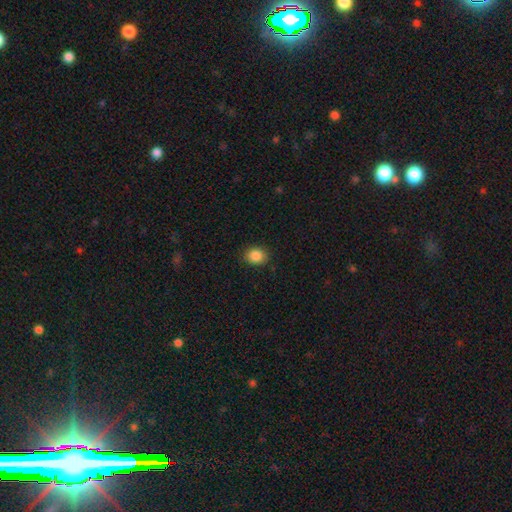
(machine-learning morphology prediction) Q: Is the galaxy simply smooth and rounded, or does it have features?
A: smooth — 86%.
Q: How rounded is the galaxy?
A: round — 60%.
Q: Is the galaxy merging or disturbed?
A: none — 88%.